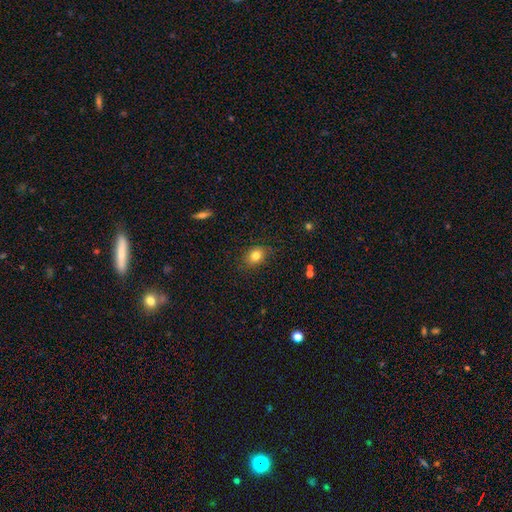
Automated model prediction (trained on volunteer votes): Overall: smooth (81%). How rounded: in between (55%; round 43%). Merging: none (84%).